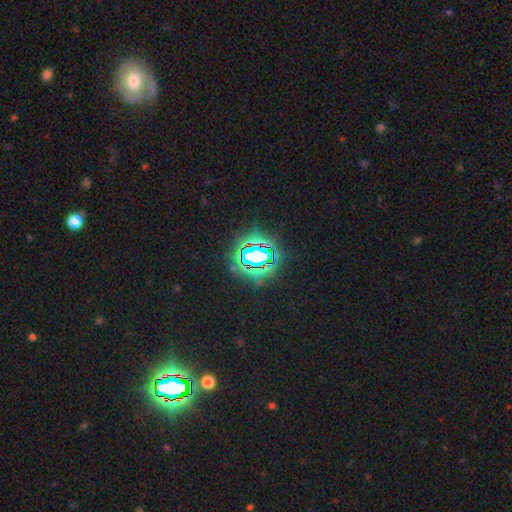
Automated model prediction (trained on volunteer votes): Smooth or featured?
  - star or artifact: 74% *
  - smooth: 15%
  - featured or disk: 11%